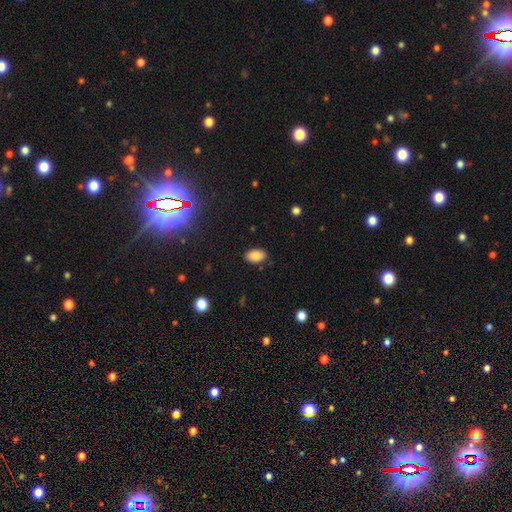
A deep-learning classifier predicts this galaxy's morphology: The model was most divided on "merging": none: 86%, minor disturbance: 10%, major disturbance: 2%, merger: 1%. More confident: how rounded — in between (92%); smooth or featured — smooth (86%).